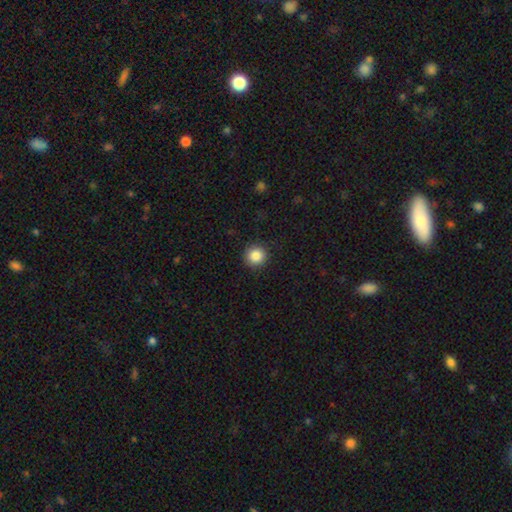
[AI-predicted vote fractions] Smooth or featured?
  - smooth: 87% *
  - star or artifact: 10%
  - featured or disk: 4%
How rounded?
  - round: 94% *
  - in between: 5%
  - cigar-shaped: 1%
Merging?
  - none: 90% *
  - minor disturbance: 7%
  - major disturbance: 2%
  - merger: 1%